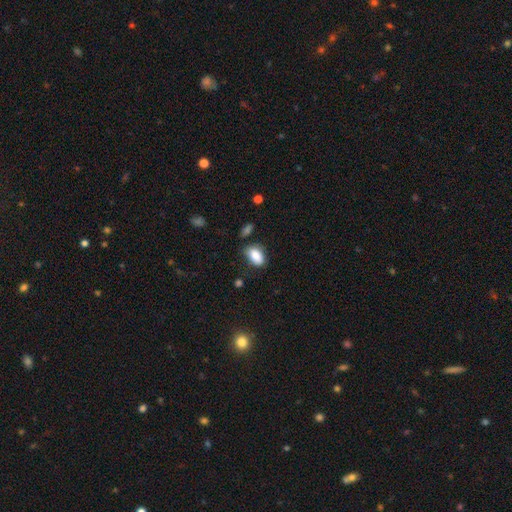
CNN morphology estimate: Smooth or featured?
  - smooth: 86% *
  - star or artifact: 8%
  - featured or disk: 6%
How rounded?
  - in between: 90% *
  - round: 7%
  - cigar-shaped: 2%
Merging?
  - none: 67% *
  - minor disturbance: 24%
  - major disturbance: 6%
  - merger: 4%